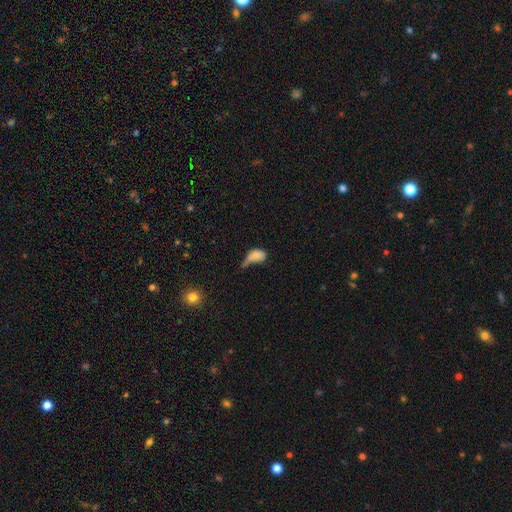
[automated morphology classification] A smooth galaxy with no disk features (75%) that is in between round and cigar-shaped (84%).

Vote fractions:
- Smooth or featured? smooth: 75% / featured or disk: 15% / star or artifact: 10%
- How rounded? in between: 84% / round: 11% / cigar-shaped: 4%
- Merging? major disturbance: 43% / minor disturbance: 27% / none: 19% / merger: 11%